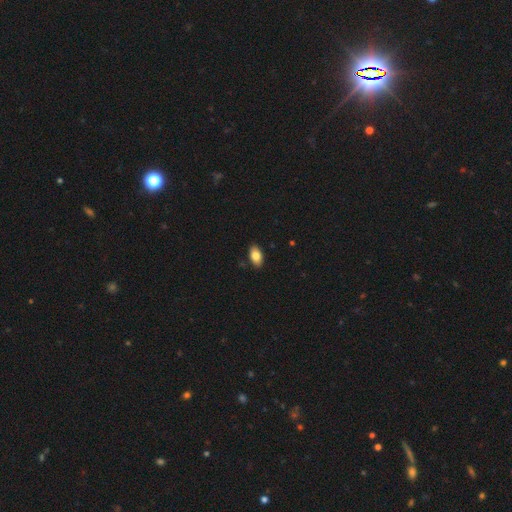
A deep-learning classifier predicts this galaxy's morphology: Q: Smooth or featured?
A: smooth (84%); runner-up: featured or disk (9%)
Q: How rounded?
A: in between (93%); runner-up: round (4%)
Q: Merging?
A: none (89%); runner-up: minor disturbance (8%)